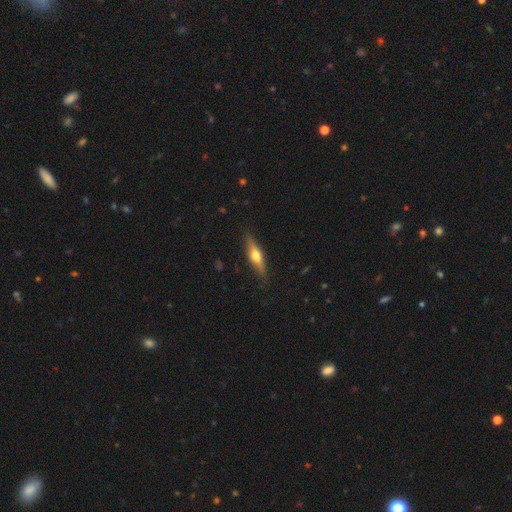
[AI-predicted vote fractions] Morphology: type=featured or disk (57%); edge-on=yes (93%); edge-on bulge=rounded (93%); merging=none (86%).